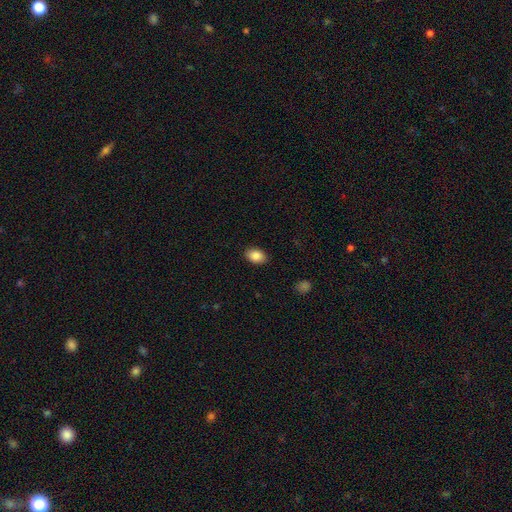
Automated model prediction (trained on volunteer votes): A smooth galaxy with no disk features (87%) that is in between round and cigar-shaped (81%).

Vote fractions:
- Smooth or featured? smooth: 87% / star or artifact: 8% / featured or disk: 5%
- How rounded? in between: 81% / round: 17% / cigar-shaped: 1%
- Merging? none: 89% / minor disturbance: 8% / major disturbance: 2% / merger: 1%